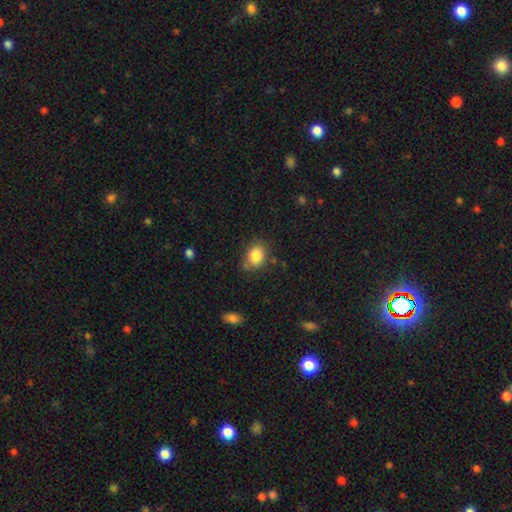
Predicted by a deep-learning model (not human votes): smooth_or_featured: smooth (p=0.85) [alt: star or artifact p=0.09]
how_rounded: in between (p=0.56) [alt: round p=0.43]
merging: none (p=0.71) [alt: minor disturbance p=0.20]